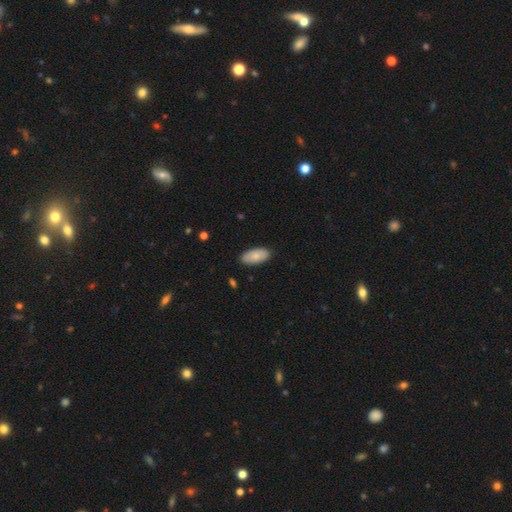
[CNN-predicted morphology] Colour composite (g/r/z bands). It shows a smooth galaxy with no disk features (82%) that is in between round and cigar-shaped (94%). Merging: none (87%).